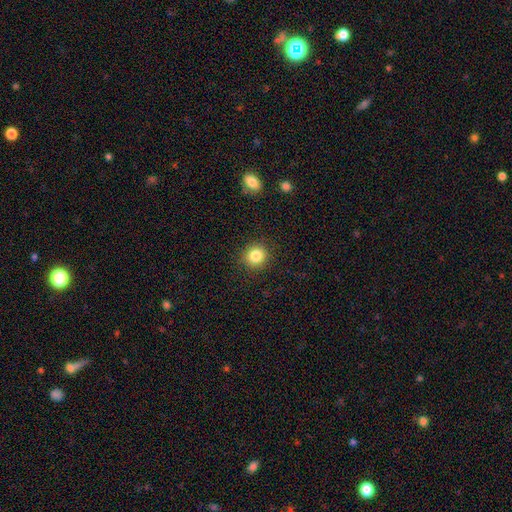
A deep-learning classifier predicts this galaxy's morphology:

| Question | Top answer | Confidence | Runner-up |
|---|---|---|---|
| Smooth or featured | smooth | 84% | star or artifact (11%) |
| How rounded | round | 89% | in between (10%) |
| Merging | none | 90% | minor disturbance (7%) |